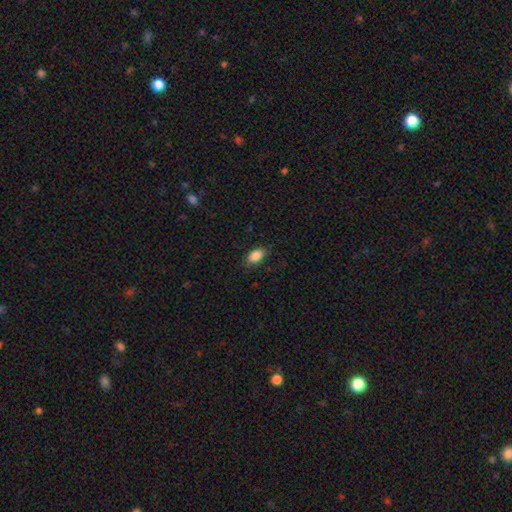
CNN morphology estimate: Smooth or featured?
  - smooth: 87% *
  - star or artifact: 8%
  - featured or disk: 6%
How rounded?
  - in between: 90% *
  - round: 6%
  - cigar-shaped: 4%
Merging?
  - none: 83% *
  - minor disturbance: 13%
  - major disturbance: 3%
  - merger: 1%